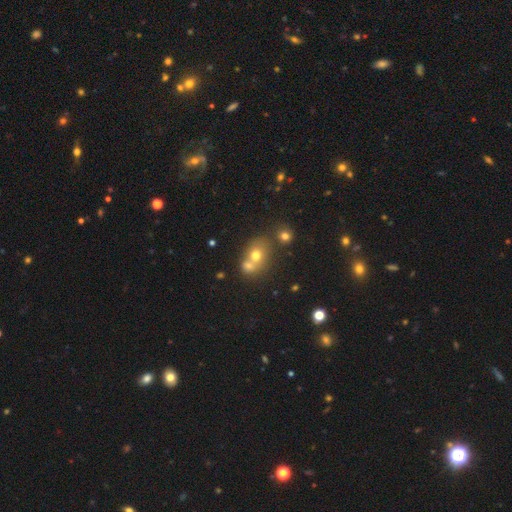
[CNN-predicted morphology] Smooth or featured? smooth (65%)
How rounded? round (59%)
Merging? merger (57%)